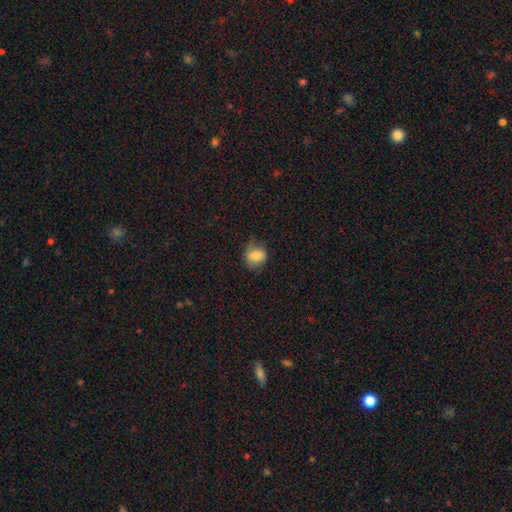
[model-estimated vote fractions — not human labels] A smooth galaxy with no disk features (81%) that is round (70%).

Vote fractions:
- Smooth or featured? smooth: 81% / featured or disk: 10% / star or artifact: 9%
- How rounded? round: 70% / in between: 29% / cigar-shaped: 1%
- Merging? none: 72% / minor disturbance: 21% / major disturbance: 6% / merger: 1%